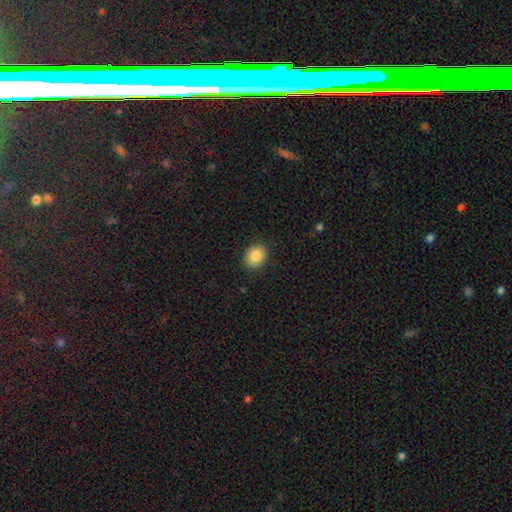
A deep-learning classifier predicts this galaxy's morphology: smooth-or-featured: smooth: 86% | star or artifact: 9% | featured or disk: 5%
  how-rounded: round: 51% | in between: 48% | cigar-shaped: 1%
  merging: none: 90% | minor disturbance: 7% | major disturbance: 2% | merger: 1%